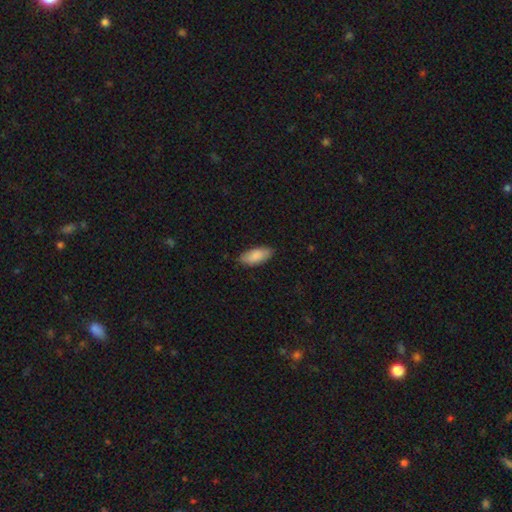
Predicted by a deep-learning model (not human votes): Smooth or featured: smooth — 87% (featured or disk — 8%)
How rounded: in between — 87% (cigar-shaped — 11%)
Merging: none — 82% (minor disturbance — 14%)